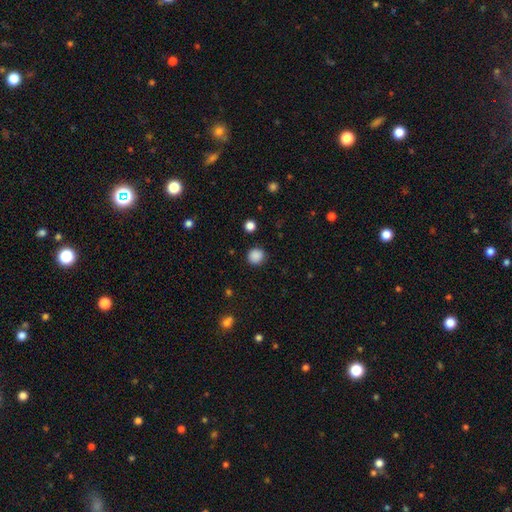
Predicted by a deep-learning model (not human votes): smooth 87%, star or artifact 10%, featured or disk 3%. Down the decision tree: how rounded — round (91%); merging — none (89%).